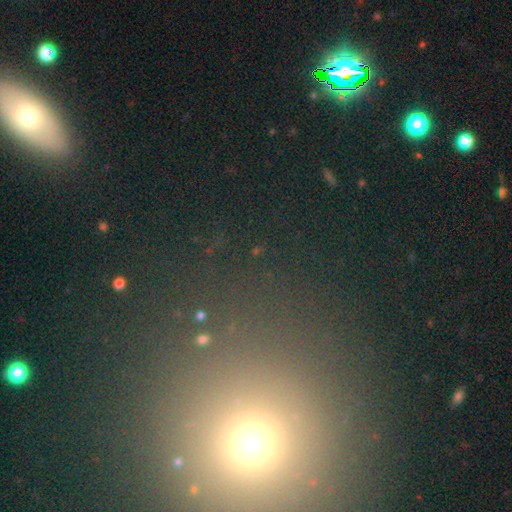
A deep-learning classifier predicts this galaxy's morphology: Smooth or featured? star or artifact (45%, tied with smooth)